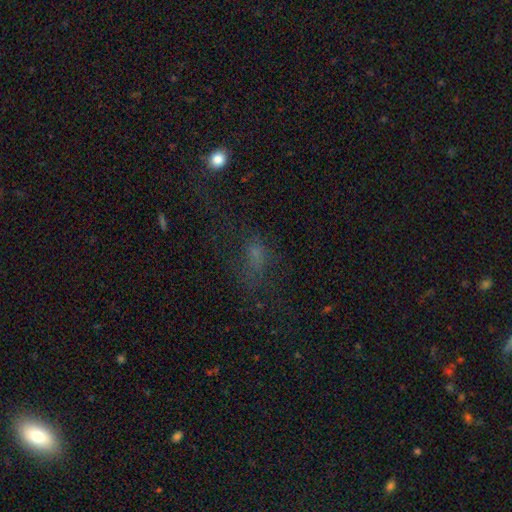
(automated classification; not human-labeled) Morphology: type=smooth (47%); merging=none (40%).